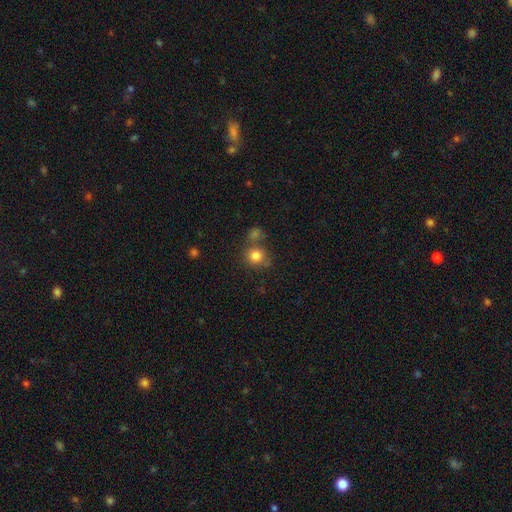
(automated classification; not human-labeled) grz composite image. It shows a smooth galaxy with no disk features (81%) that is round (87%). Merging: none (65%).